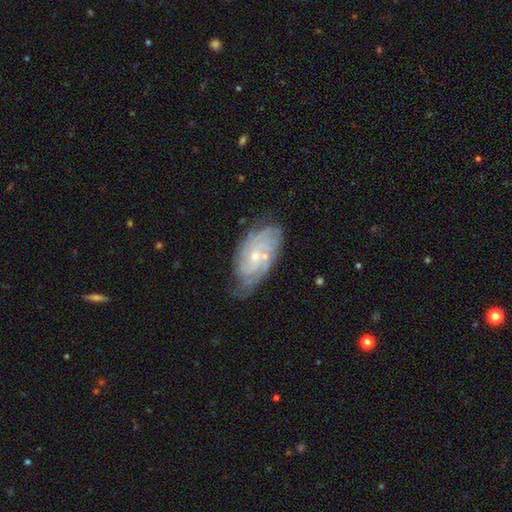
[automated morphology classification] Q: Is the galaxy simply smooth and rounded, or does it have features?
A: featured or disk — 82%.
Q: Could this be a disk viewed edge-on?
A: no — 95%.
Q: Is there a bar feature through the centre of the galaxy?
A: no — 65%.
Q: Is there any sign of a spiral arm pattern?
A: yes — 96%.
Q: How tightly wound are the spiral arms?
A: tight — 71%.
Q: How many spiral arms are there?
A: can't tell — 35%.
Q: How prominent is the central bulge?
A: small — 70%.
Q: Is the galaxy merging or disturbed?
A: none — 69%.